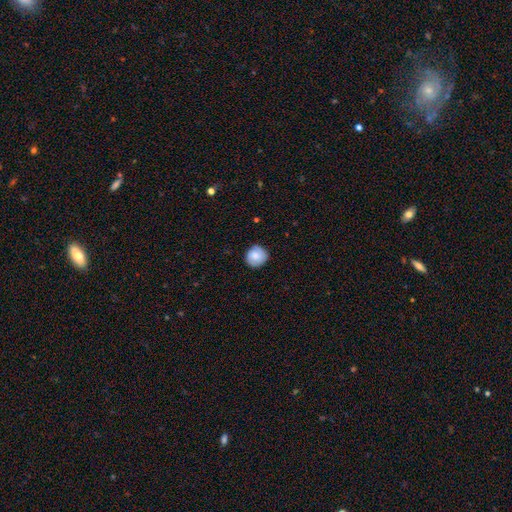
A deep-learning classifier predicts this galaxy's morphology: smooth-or-featured: smooth: 80% | featured or disk: 13% | star or artifact: 7%
  how-rounded: round: 87% | in between: 12% | cigar-shaped: 1%
  merging: none: 83% | minor disturbance: 14% | major disturbance: 2% | merger: 1%